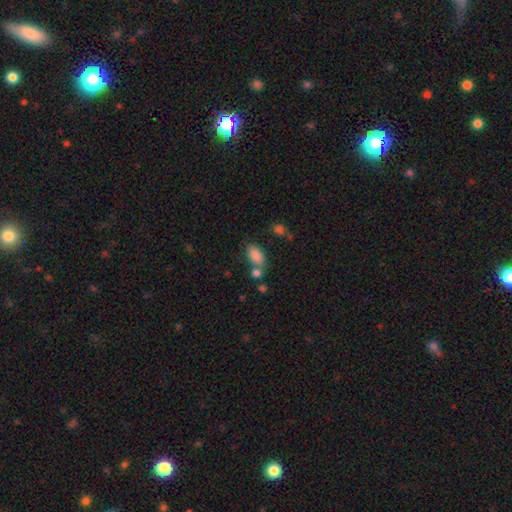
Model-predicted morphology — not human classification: Smooth or featured: smooth — 86% (star or artifact — 9%)
How rounded: in between — 91% (round — 6%)
Merging: none — 60% (merger — 20%)